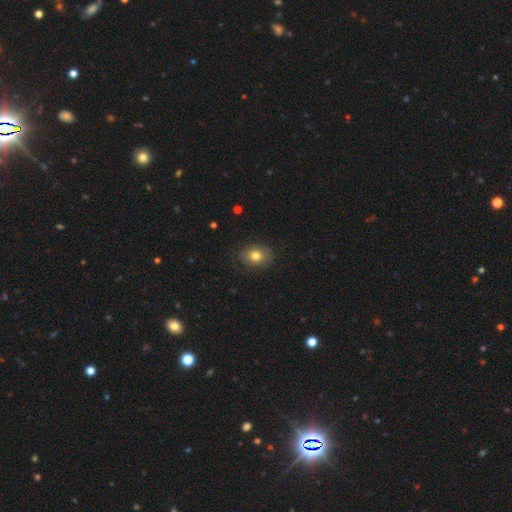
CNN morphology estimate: Smooth or featured? Predicted: smooth (p=0.77). How rounded? Predicted: in between (p=0.51). Merging? Predicted: none (p=0.81).